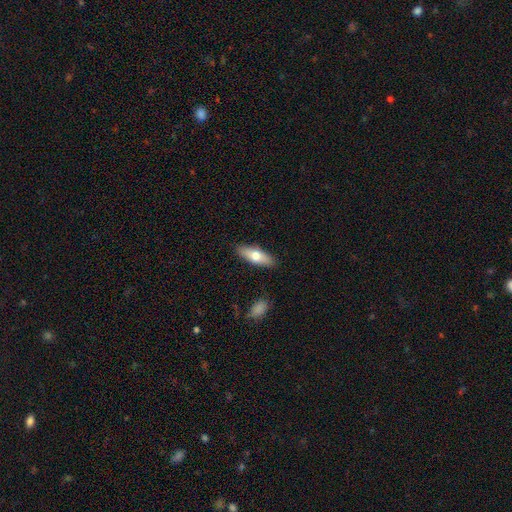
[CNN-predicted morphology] Smooth or featured: smooth — 64% (featured or disk — 30%)
How rounded: in between — 60% (cigar-shaped — 37%)
Merging: none — 88% (minor disturbance — 9%)